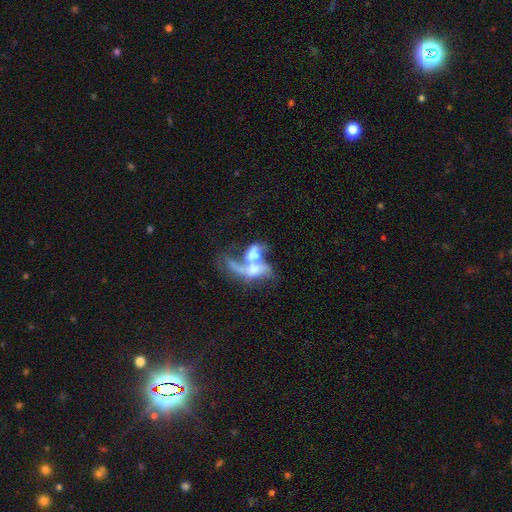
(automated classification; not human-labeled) A featured or disk galaxy (57%) with no bar (74%), no spiral arms (64%) and no central bulge (39%). Merging: merger (68%).